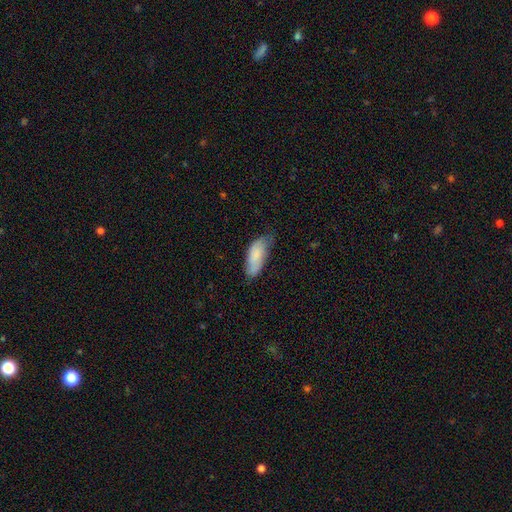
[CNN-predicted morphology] Overall: smooth (78%). How rounded: in between (79%). Merging: none (54%; minor disturbance 37%).